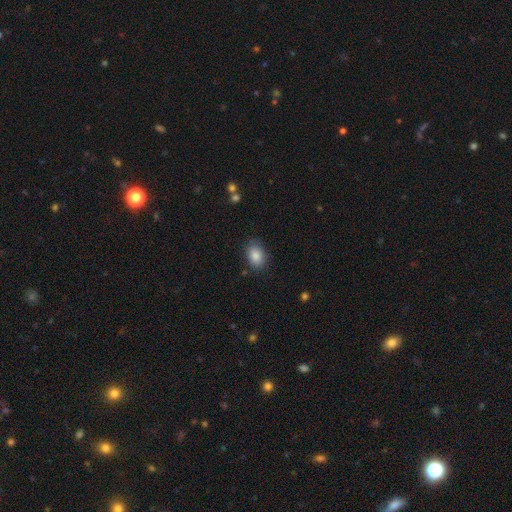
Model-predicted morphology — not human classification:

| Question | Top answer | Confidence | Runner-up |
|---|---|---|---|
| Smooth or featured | smooth | 86% | star or artifact (8%) |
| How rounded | in between | 80% | round (18%) |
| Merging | none | 81% | minor disturbance (14%) |